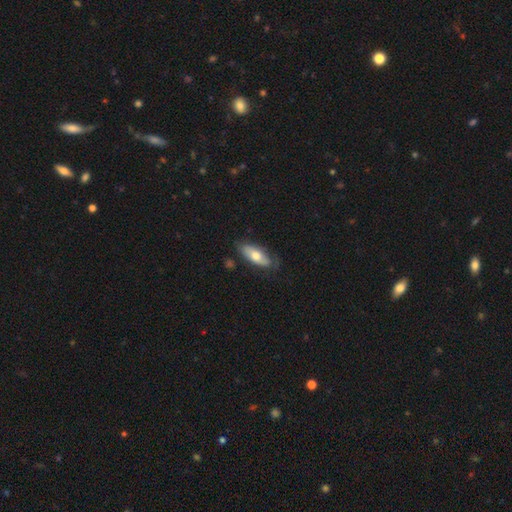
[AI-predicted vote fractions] A smooth galaxy with no disk features (63%) that is in between round and cigar-shaped (79%).

Vote fractions:
- Smooth or featured? smooth: 63% / featured or disk: 31% / star or artifact: 5%
- How rounded? in between: 79% / cigar-shaped: 18% / round: 2%
- Merging? none: 71% / minor disturbance: 22% / major disturbance: 5% / merger: 2%